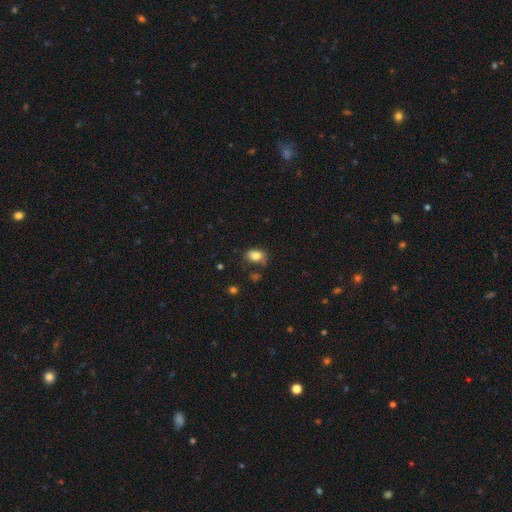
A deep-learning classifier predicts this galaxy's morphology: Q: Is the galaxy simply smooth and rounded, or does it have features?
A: smooth — 81%.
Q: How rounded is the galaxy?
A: in between — 79%.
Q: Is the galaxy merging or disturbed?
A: none — 60%.